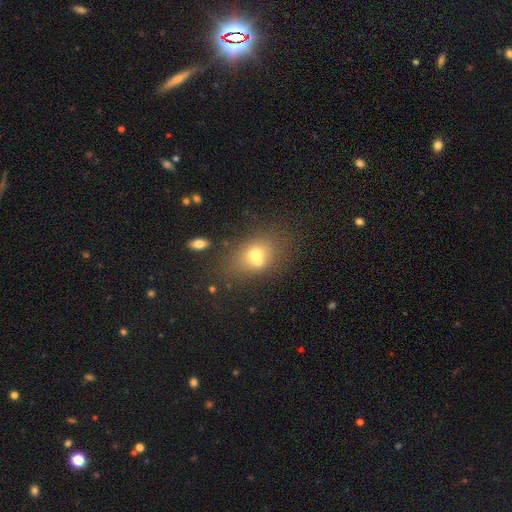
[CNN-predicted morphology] Smooth or featured: smooth — 63% (featured or disk — 24%)
How rounded: in between — 55% (round — 43%)
Merging: merger — 47% (none — 37%)